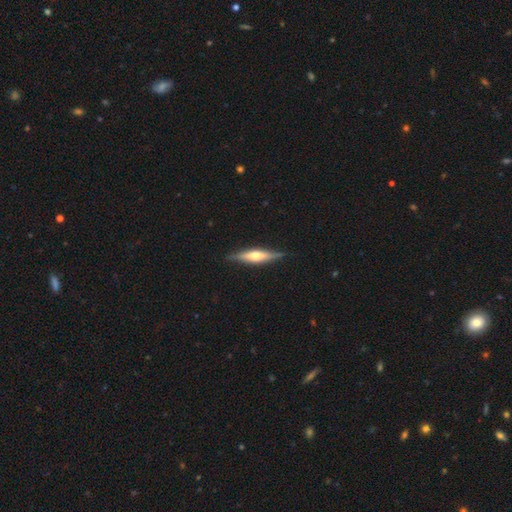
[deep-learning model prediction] This appears to be a featured or disk galaxy (66%) viewed edge-on (96%) with a rounded central bulge (87%). Merging: none (87%).